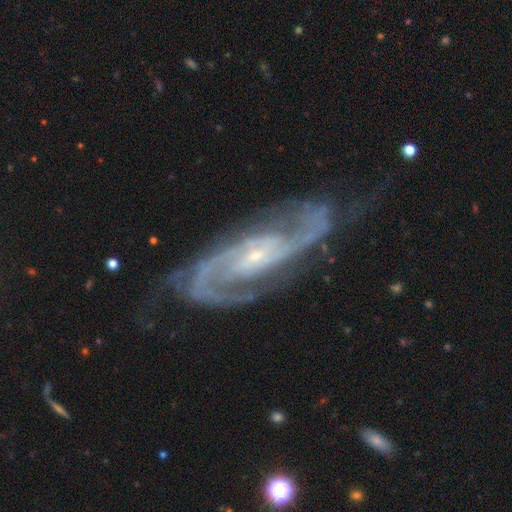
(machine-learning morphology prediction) The model was most divided on "spiral winding": medium: 49%, tight: 41%, loose: 10%. Remaining: spiral arms — yes (98%); edge-on disk — no (95%); smooth or featured — featured or disk (92%); bulge size — small (79%); spiral arm count — 2 (77%); merging — none (71%); bar — no (47%).